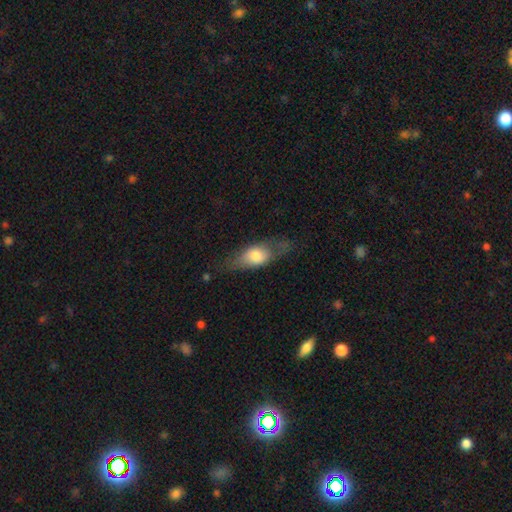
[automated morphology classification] smooth_or_featured: smooth (p=0.61) [alt: featured or disk p=0.32]
how_rounded: in between (p=0.71) [alt: cigar-shaped p=0.21]
merging: none (p=0.62) [alt: minor disturbance p=0.23]